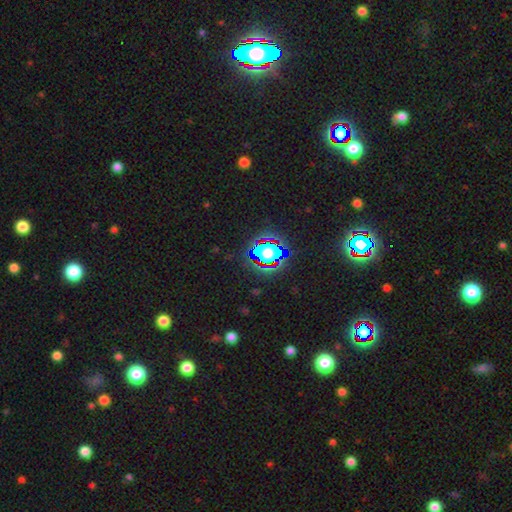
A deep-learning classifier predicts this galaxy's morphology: Smooth or featured: star or artifact — 81% (smooth — 11%)